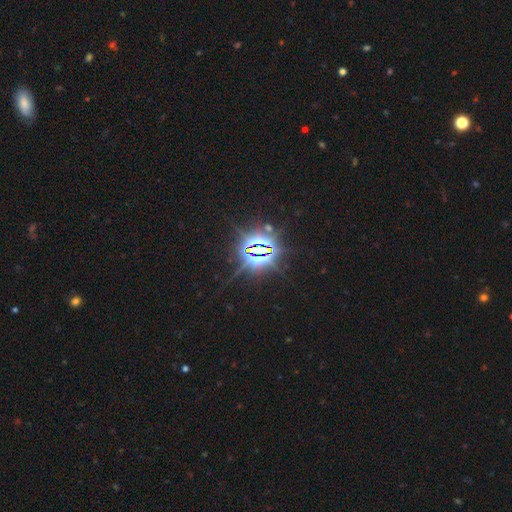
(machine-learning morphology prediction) Overall: star or artifact (86%).